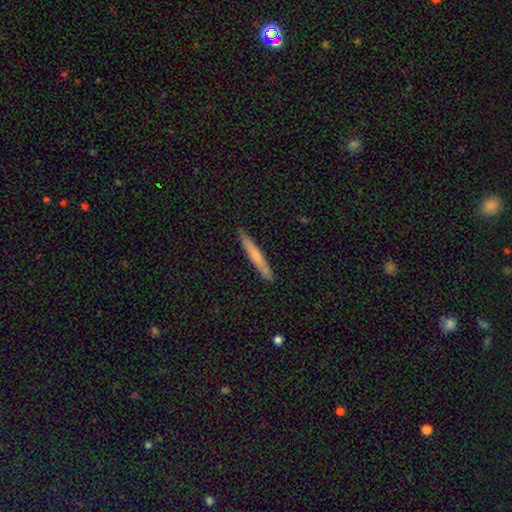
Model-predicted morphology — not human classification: Smooth or featured? Predicted: smooth (p=0.64). How rounded? Predicted: cigar-shaped (p=0.96). Merging? Predicted: none (p=0.90).